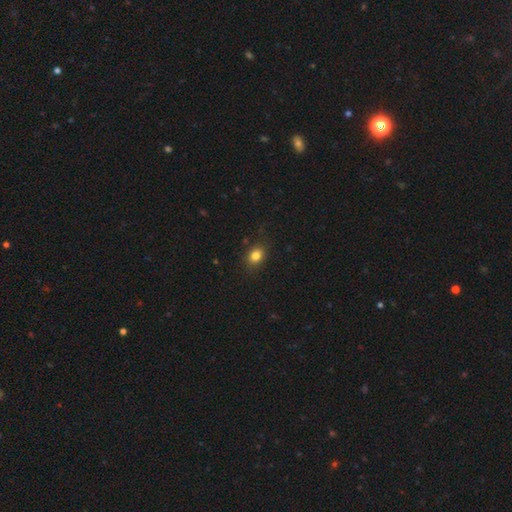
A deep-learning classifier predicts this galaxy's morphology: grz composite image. It shows a smooth galaxy with no disk features (83%) that is in between round and cigar-shaped (52%). Merging: none (85%).